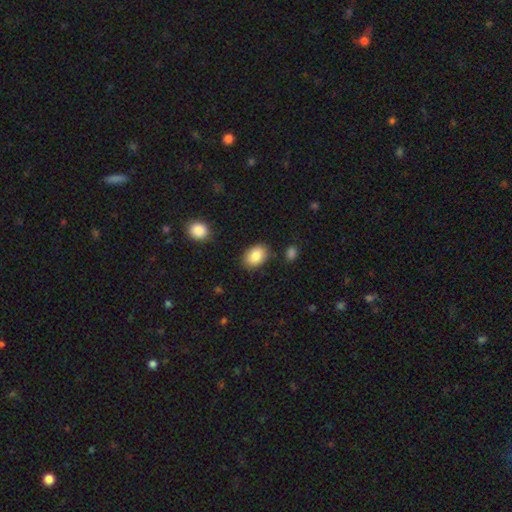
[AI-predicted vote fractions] This is clearly a smooth galaxy (87%). How rounded: clearly in between (85%). Merging: clearly none (83%).